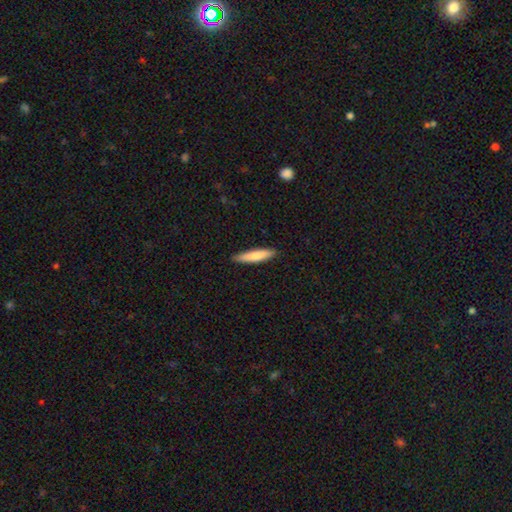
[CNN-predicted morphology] This appears to be a smooth galaxy with no disk features (80%) that is cigar-shaped (86%). Merging: none (90%).